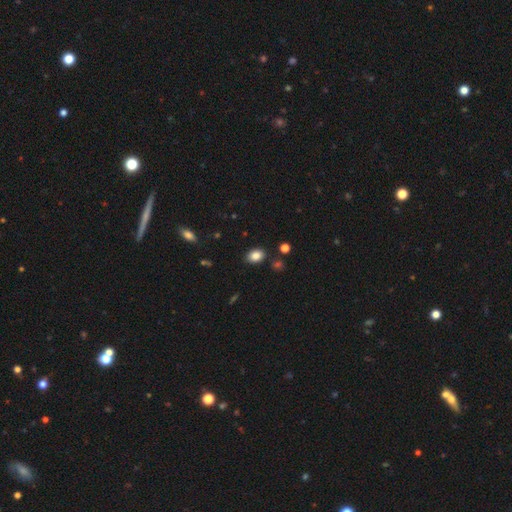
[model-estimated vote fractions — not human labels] smooth_or_featured: smooth (p=0.85) [alt: star or artifact p=0.10]
how_rounded: in between (p=0.75) [alt: round p=0.24]
merging: none (p=0.84) [alt: minor disturbance p=0.10]